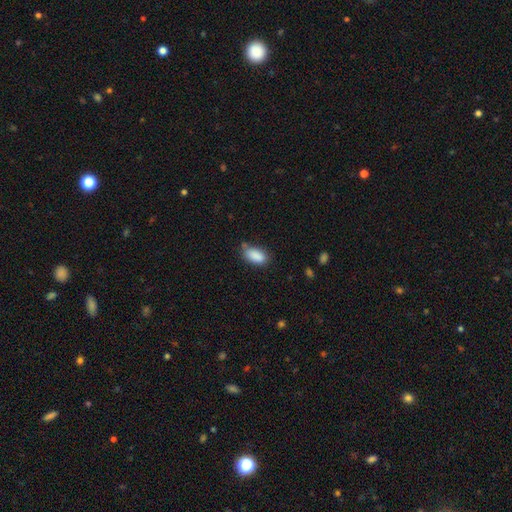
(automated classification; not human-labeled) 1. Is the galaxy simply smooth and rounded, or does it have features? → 88% smooth, 7% star or artifact, 4% featured or disk.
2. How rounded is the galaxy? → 91% in between, 5% cigar-shaped, 3% round.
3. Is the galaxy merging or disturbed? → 68% none, 23% minor disturbance, 5% major disturbance, 4% merger.